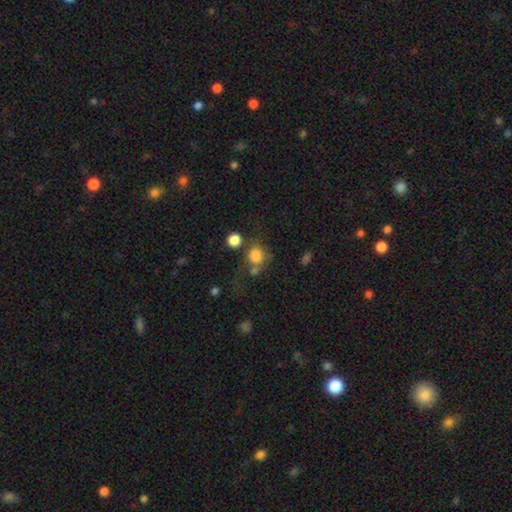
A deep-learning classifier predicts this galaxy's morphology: smooth-or-featured: smooth: 78% | star or artifact: 12% | featured or disk: 11%
  how-rounded: round: 79% | in between: 20% | cigar-shaped: 1%
  merging: none: 47% | merger: 25% | minor disturbance: 15% | major disturbance: 13%